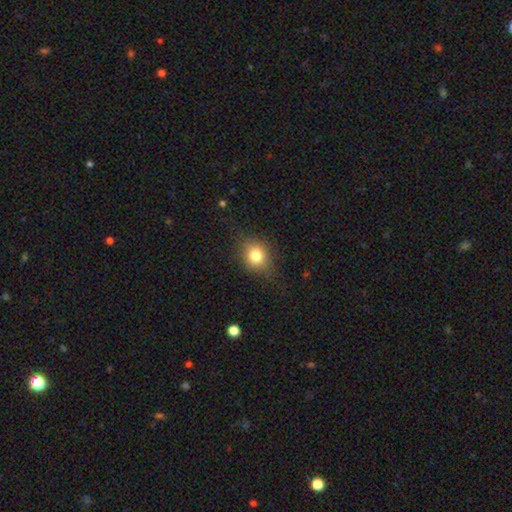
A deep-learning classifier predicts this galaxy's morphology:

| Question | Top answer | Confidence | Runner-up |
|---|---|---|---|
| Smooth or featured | smooth | 77% | star or artifact (12%) |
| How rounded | round | 62% | in between (37%) |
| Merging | none | 77% | minor disturbance (17%) |